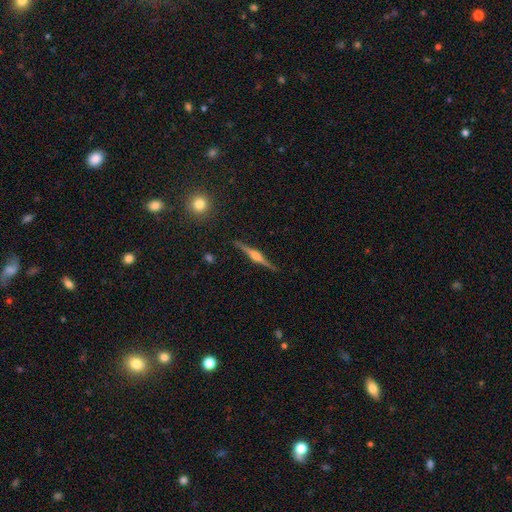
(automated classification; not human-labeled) smooth-or-featured: featured or disk: 82% | smooth: 12% | star or artifact: 6%
  disk-edge-on: yes: 98% | no: 2%
    edge-on-bulge: rounded: 88% | boxy: 9% | none: 3%
  merging: none: 90% | minor disturbance: 7% | major disturbance: 2% | merger: 1%